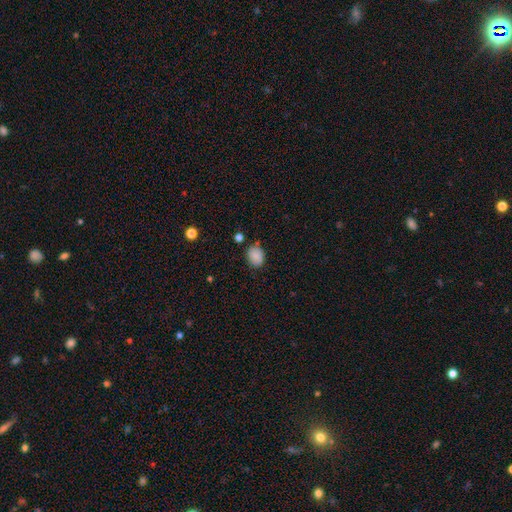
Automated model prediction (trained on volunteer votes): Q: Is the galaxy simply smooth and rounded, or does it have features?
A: smooth — 86%.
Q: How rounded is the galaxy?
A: in between — 61%.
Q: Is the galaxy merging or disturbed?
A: none — 75%.